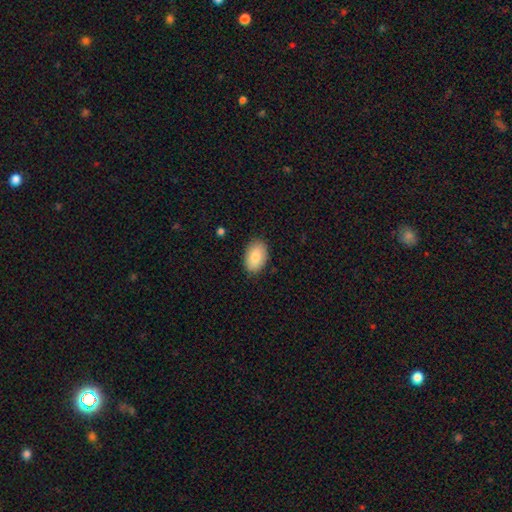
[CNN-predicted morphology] smooth 85%, featured or disk 8%, star or artifact 6%. Down the decision tree: how rounded — in between (91%); merging — none (87%).